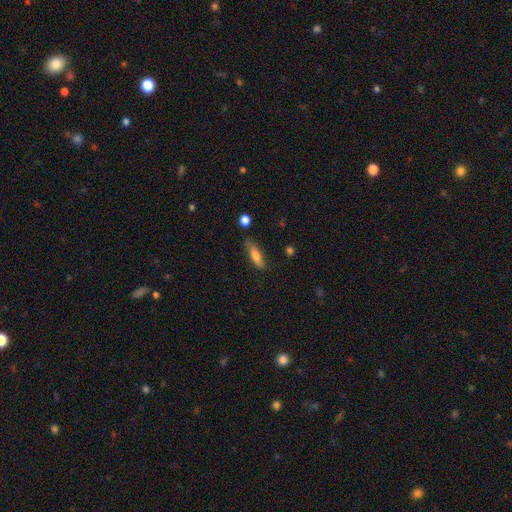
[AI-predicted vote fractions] Smooth or featured?
  - smooth: 71% *
  - featured or disk: 21%
  - star or artifact: 7%
How rounded?
  - cigar-shaped: 55% *
  - in between: 43%
  - round: 3%
Merging?
  - none: 68% *
  - minor disturbance: 23%
  - major disturbance: 5%
  - merger: 3%